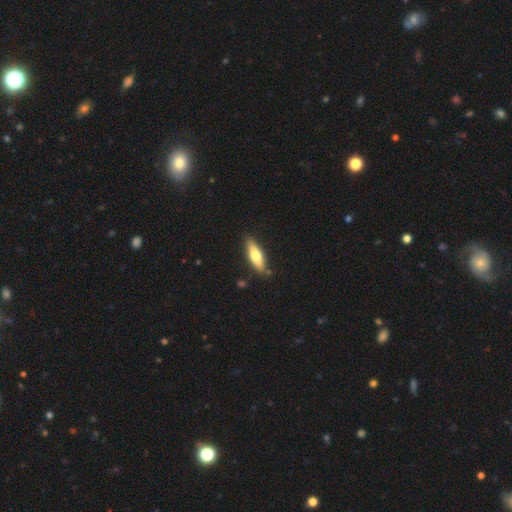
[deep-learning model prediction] Smooth or featured: smooth — 62% (featured or disk — 32%)
How rounded: cigar-shaped — 49% (tied with in between — 49%)
Merging: none — 84% (minor disturbance — 12%)